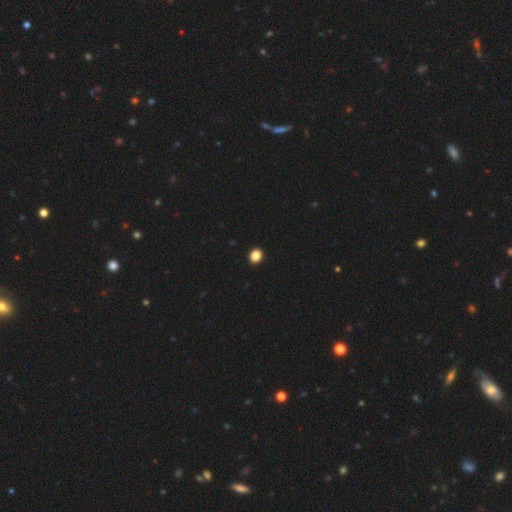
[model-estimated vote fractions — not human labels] This is clearly a smooth galaxy (86%). How rounded: likely round (72%). Merging: clearly none (94%).